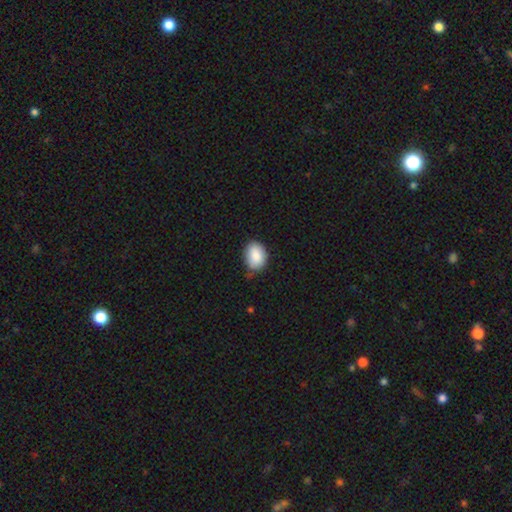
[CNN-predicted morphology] type=smooth (87%); roundness=in between (73%); merging=none (71%).